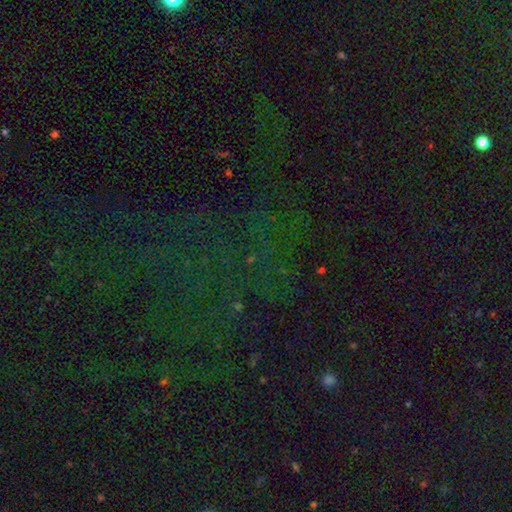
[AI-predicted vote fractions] smooth-or-featured: star or artifact: 78% | smooth: 13% | featured or disk: 9%